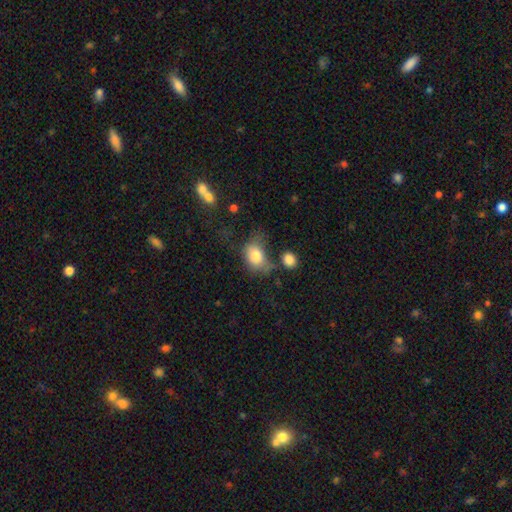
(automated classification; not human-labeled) smooth-or-featured: smooth: 77% | featured or disk: 13% | star or artifact: 9%
  how-rounded: in between: 69% | round: 29% | cigar-shaped: 1%
  merging: none: 35% | minor disturbance: 29% | major disturbance: 23% | merger: 13%